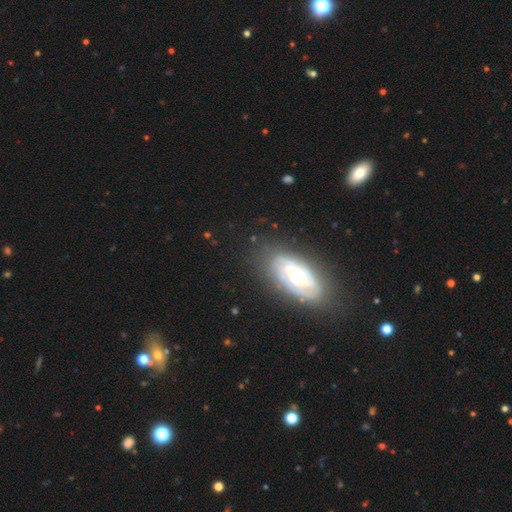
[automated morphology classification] Smooth or featured?
  - featured or disk: 45% *
  - smooth: 43%
  - star or artifact: 12%
Merging?
  - none: 81% *
  - minor disturbance: 13%
  - major disturbance: 5%
  - merger: 2%